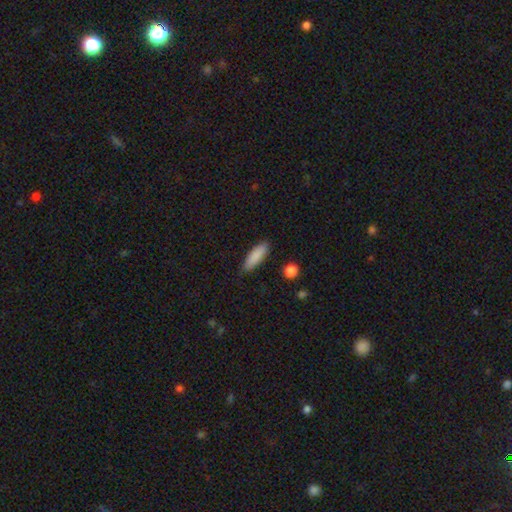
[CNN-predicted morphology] Overall: smooth (87%). How rounded: in between (52%; cigar-shaped 46%). Merging: none (84%).